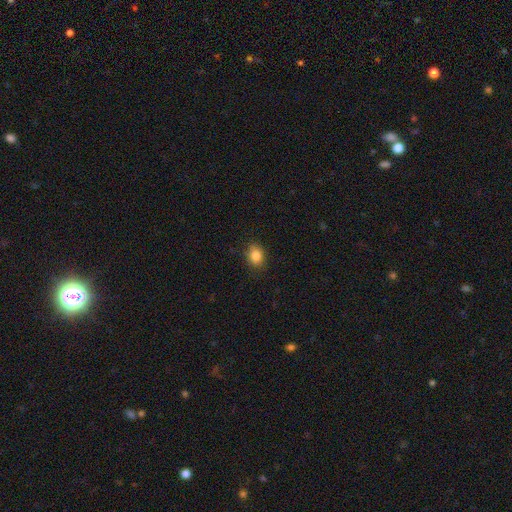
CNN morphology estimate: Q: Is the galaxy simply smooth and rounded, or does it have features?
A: smooth — 85%.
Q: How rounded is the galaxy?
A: in between — 53%.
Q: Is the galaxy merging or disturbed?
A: none — 82%.